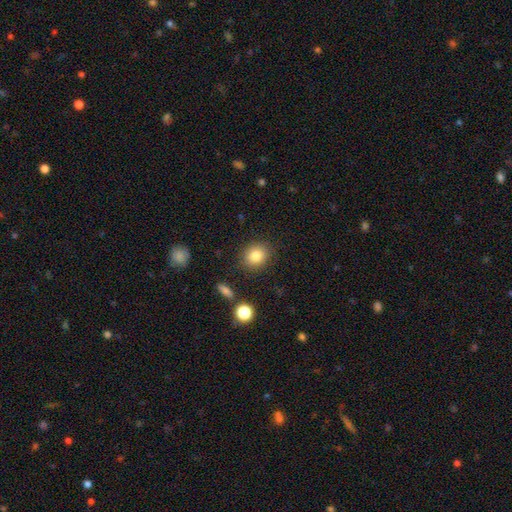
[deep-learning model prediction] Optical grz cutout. It shows a smooth galaxy with no disk features (83%) that is round (67%). Merging: none (87%).